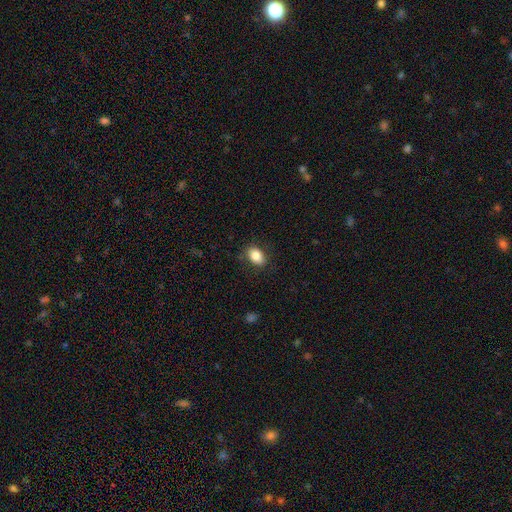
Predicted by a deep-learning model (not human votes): This appears to be a smooth galaxy with no disk features (84%) that is in between round and cigar-shaped (81%). Merging: none (84%).